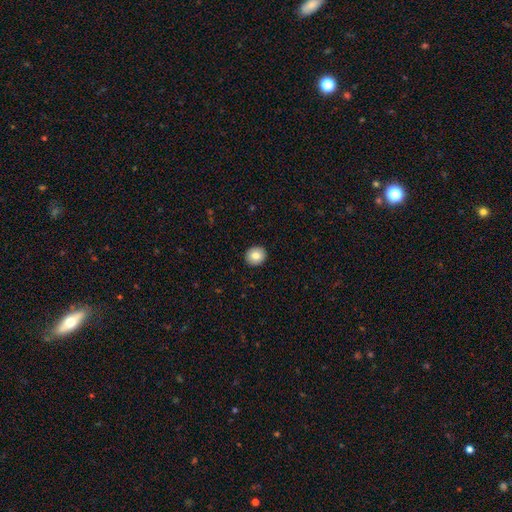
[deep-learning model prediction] The model was most divided on "how rounded": round: 85%, in between: 14%, cigar-shaped: 1%. More confident: merging — none (92%); smooth or featured — smooth (83%).